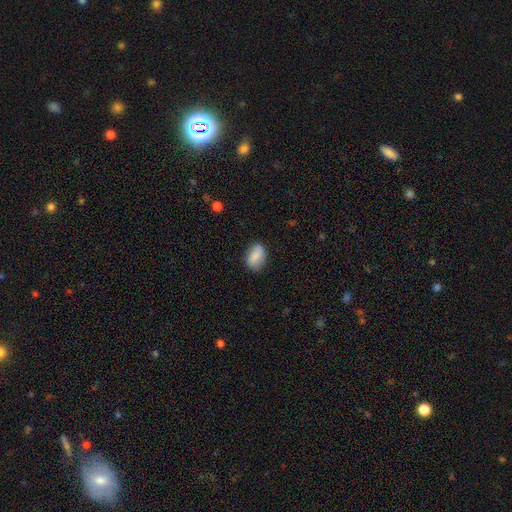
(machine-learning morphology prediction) Smooth or featured? smooth (76%)
How rounded? in between (84%)
Merging? none (78%)